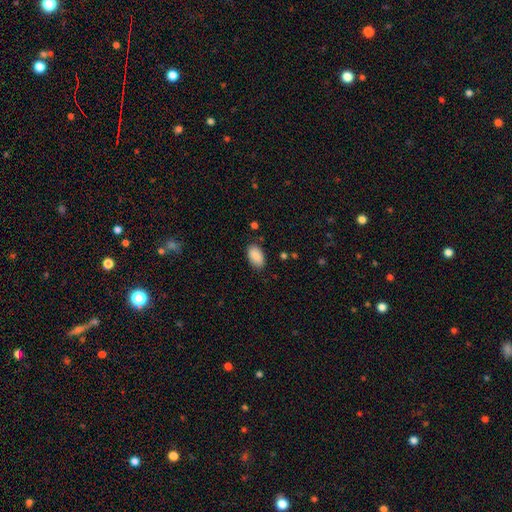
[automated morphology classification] Smooth or featured? smooth (88%)
How rounded? in between (94%)
Merging? none (82%)